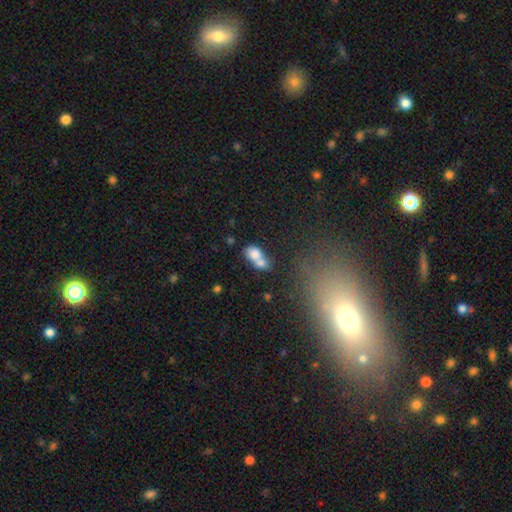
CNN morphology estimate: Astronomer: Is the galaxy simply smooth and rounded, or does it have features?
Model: smooth — 72%.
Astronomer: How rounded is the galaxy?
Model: in between — 62%.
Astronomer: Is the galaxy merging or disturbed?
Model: merger — 68%.